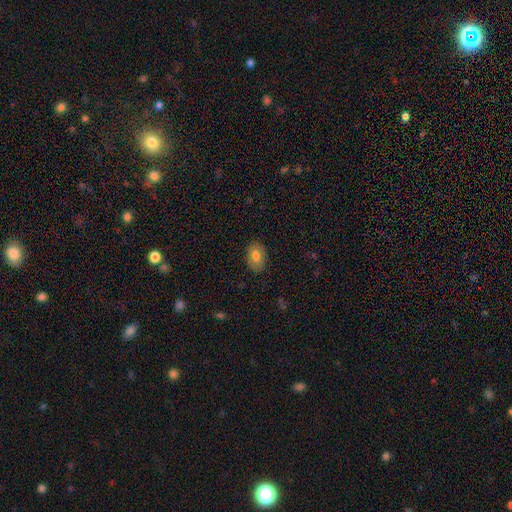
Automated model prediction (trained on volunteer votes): Q: Smooth or featured?
A: smooth (79%); runner-up: featured or disk (13%)
Q: How rounded?
A: in between (84%); runner-up: round (15%)
Q: Merging?
A: none (86%); runner-up: minor disturbance (10%)